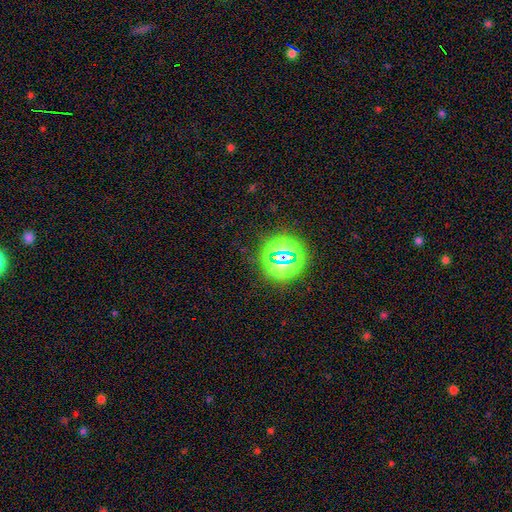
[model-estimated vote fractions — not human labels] Smooth or featured?
  - star or artifact: 73% *
  - smooth: 18%
  - featured or disk: 9%